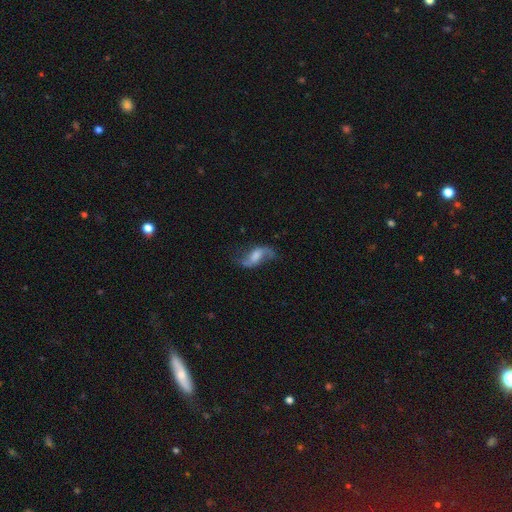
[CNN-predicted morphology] A featured or disk galaxy (75%) with a weak bar (46%), 2 (90%) loose (80%) spiral arms (93%) and a moderate central bulge (31%).

Vote fractions:
- Smooth or featured? featured or disk: 75% / smooth: 17% / star or artifact: 8%
- Edge-on disk? no: 94% / yes: 6%
- Bar? weak: 46% / no: 35% / strong: 19%
- Spiral arms? yes: 93% / no: 7%
- Spiral winding? loose: 80% / medium: 17% / tight: 4%
- Spiral arm count? 2: 90% / 1: 4% / can't tell: 3% / 3: 1% / 4: 1% / more than 4: 1%
- Bulge size? moderate: 31% / none: 24% / small: 23% / large: 19% / dominant: 3%
- Merging? none: 65% / minor disturbance: 19% / major disturbance: 13% / merger: 3%